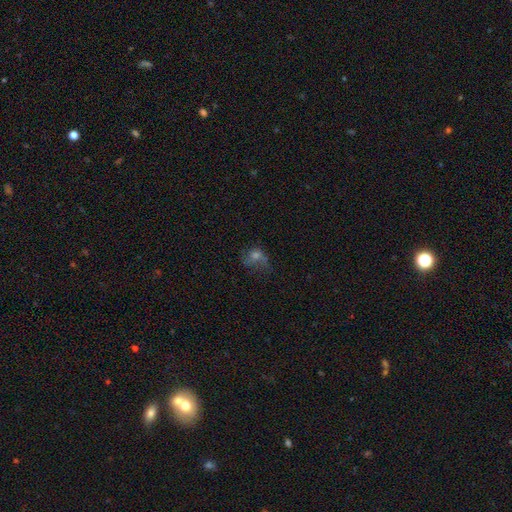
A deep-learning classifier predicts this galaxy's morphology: type=smooth (40%); merging=none (40%).